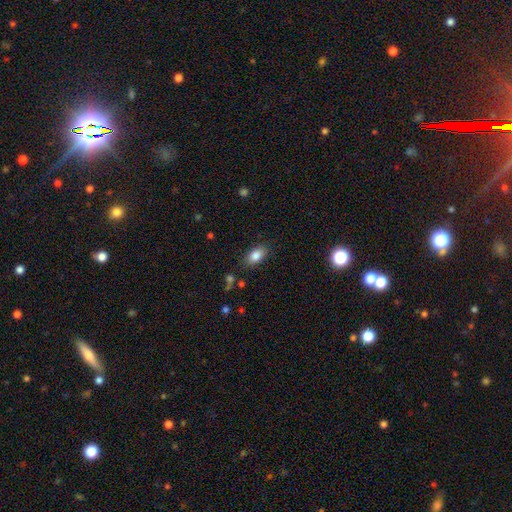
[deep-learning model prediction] Smooth or featured? smooth (85%)
How rounded? in between (91%)
Merging? none (85%)